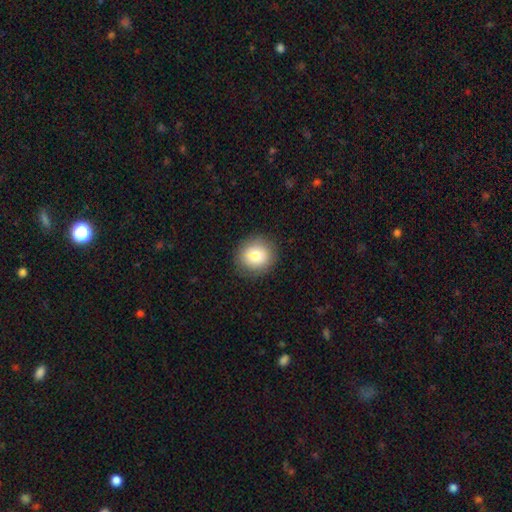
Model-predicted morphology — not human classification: A smooth galaxy with no disk features (84%) that is round (84%). Merging: none (87%).